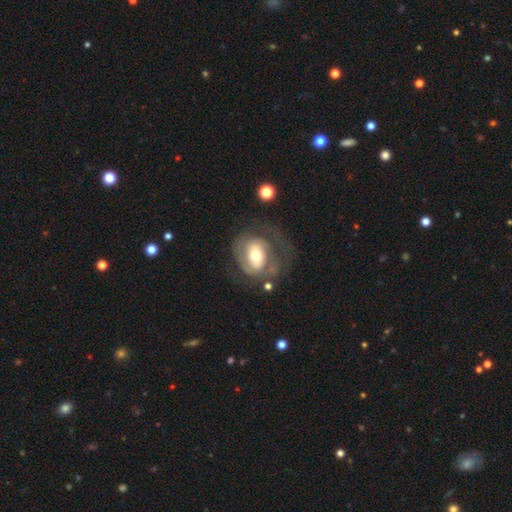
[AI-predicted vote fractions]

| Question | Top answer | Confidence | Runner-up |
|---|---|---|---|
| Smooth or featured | featured or disk | 60% | smooth (34%) |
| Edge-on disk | no | 95% | yes (5%) |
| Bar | no | 45% | weak (33%) |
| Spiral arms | yes | 58% | no (42%) |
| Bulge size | moderate | 61% | small (21%) |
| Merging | none | 45% | major disturbance (29%) |